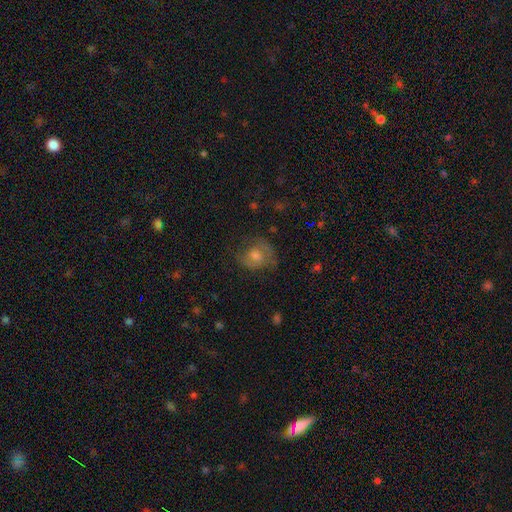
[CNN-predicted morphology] A featured or disk galaxy (44%).

Vote fractions:
- Smooth or featured? featured or disk: 44% / smooth: 42% / star or artifact: 14%
- Merging? none: 63% / minor disturbance: 21% / major disturbance: 14% / merger: 1%